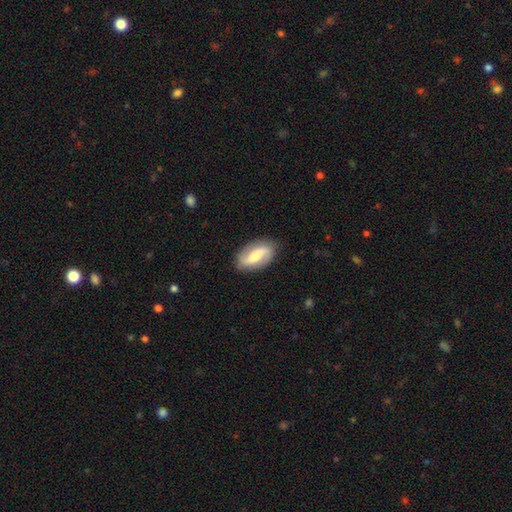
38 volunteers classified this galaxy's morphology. smooth_or_featured: featured or disk (p=0.55) [alt: smooth p=0.42]
disk_edge_on: no (p=0.95) [alt: yes p=0.05]
bar: weak (p=0.45) [alt: no p=0.40]
has_spiral_arms: yes (p=0.75) [alt: no p=0.25]
spiral_winding: loose (p=0.93) [alt: medium p=0.07]
spiral_arm_count: 2 (p=0.93) [alt: 1 p=0.07]
bulge_size: moderate (p=0.50) [alt: large p=0.30]
merging: none (p=0.84) [alt: minor disturbance p=0.11]